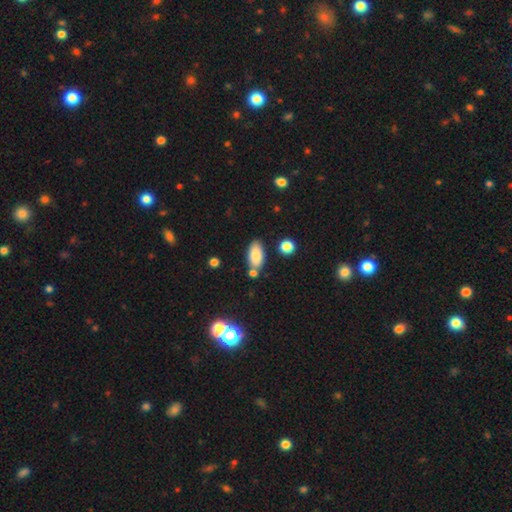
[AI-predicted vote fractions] smooth 83%, featured or disk 9%, star or artifact 8%. Down the decision tree: how rounded — in between (91%); merging — none (69%).